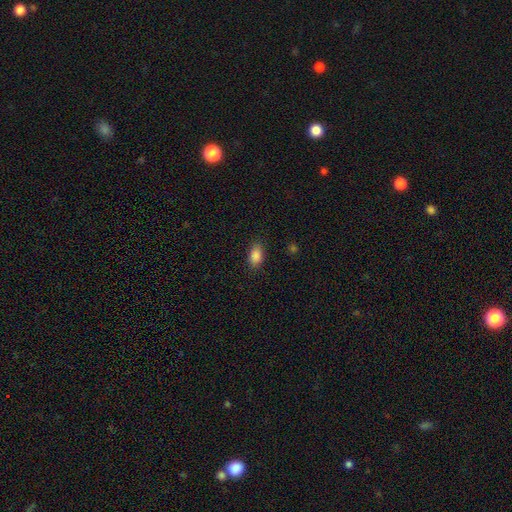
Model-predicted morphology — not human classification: The model was most divided on "merging": none: 83%, minor disturbance: 13%, major disturbance: 3%, merger: 1%. More confident: how rounded — in between (88%); smooth or featured — smooth (87%).